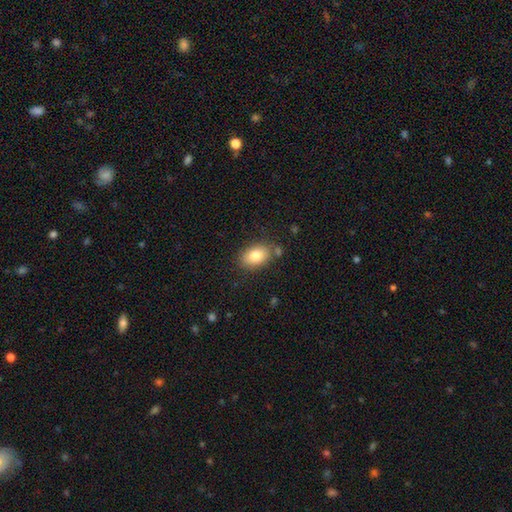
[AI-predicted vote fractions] Morphology: type=smooth (81%); roundness=in between (86%); merging=none (76%).